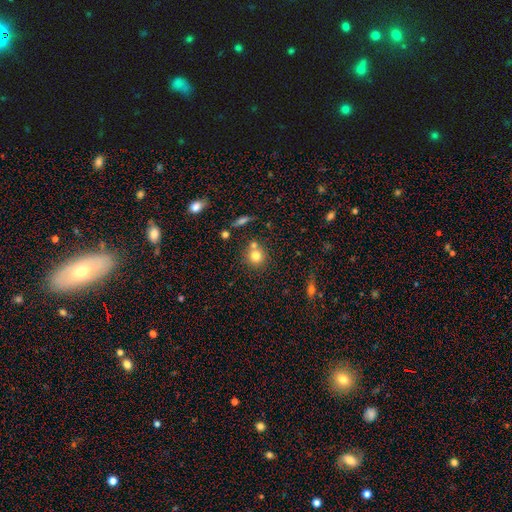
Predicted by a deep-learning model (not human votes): smooth-or-featured: smooth: 77% | star or artifact: 12% | featured or disk: 11%
  how-rounded: round: 89% | in between: 10% | cigar-shaped: 1%
  merging: none: 62% | merger: 26% | minor disturbance: 9% | major disturbance: 3%